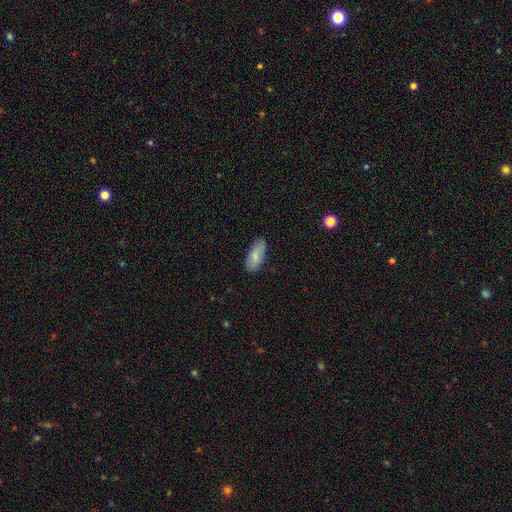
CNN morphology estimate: type=smooth (79%); roundness=in between (88%); merging=none (80%).